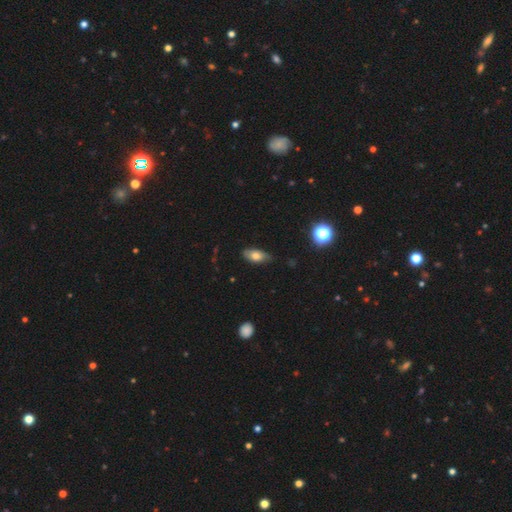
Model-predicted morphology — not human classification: type=smooth (72%); roundness=in between (84%); merging=none (72%).